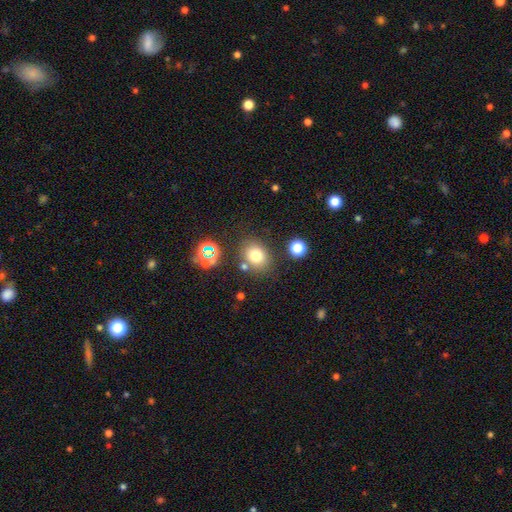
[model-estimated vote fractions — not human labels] Overall: smooth (75%). How rounded: round (57%; in between 42%). Merging: none (75%).